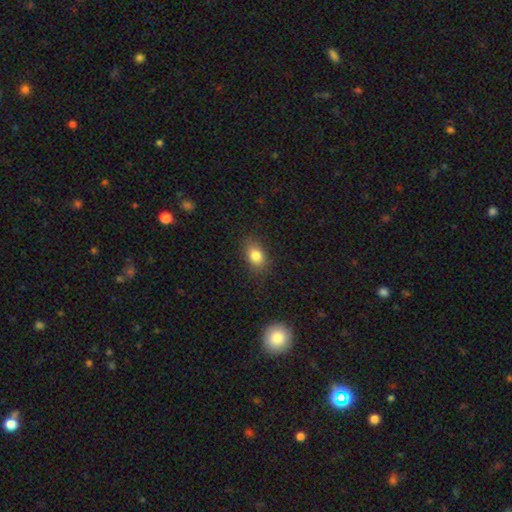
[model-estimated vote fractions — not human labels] A smooth galaxy with no disk features (83%) that is in between round and cigar-shaped (76%).

Vote fractions:
- Smooth or featured? smooth: 83% / star or artifact: 10% / featured or disk: 7%
- How rounded? in between: 76% / round: 22% / cigar-shaped: 2%
- Merging? none: 82% / minor disturbance: 13% / major disturbance: 4% / merger: 1%